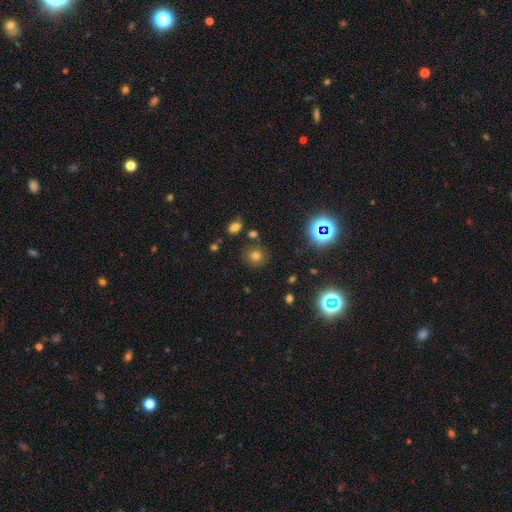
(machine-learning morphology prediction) type=smooth (68%); roundness=round (89%); merging=none (83%).